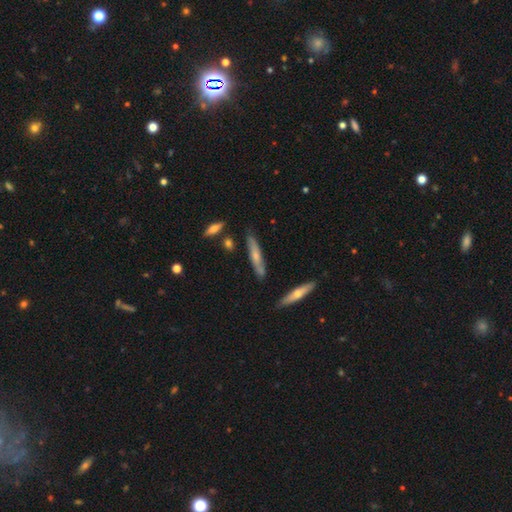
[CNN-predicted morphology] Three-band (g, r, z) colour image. It shows a smooth galaxy with no disk features (48%). Merging: none (78%).